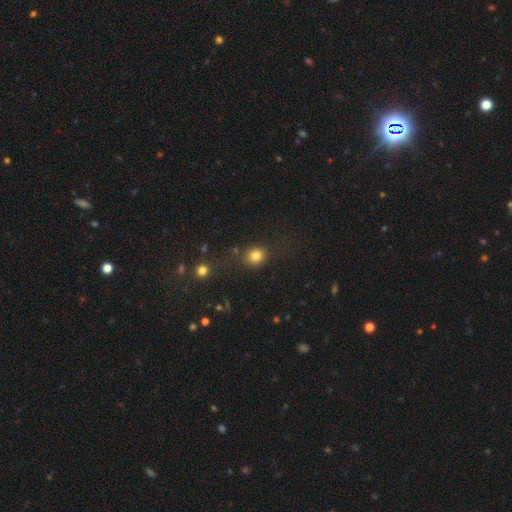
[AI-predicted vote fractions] smooth-or-featured: smooth: 81% | star or artifact: 13% | featured or disk: 6%
  how-rounded: round: 81% | in between: 18% | cigar-shaped: 1%
  merging: none: 79% | minor disturbance: 11% | merger: 5% | major disturbance: 5%